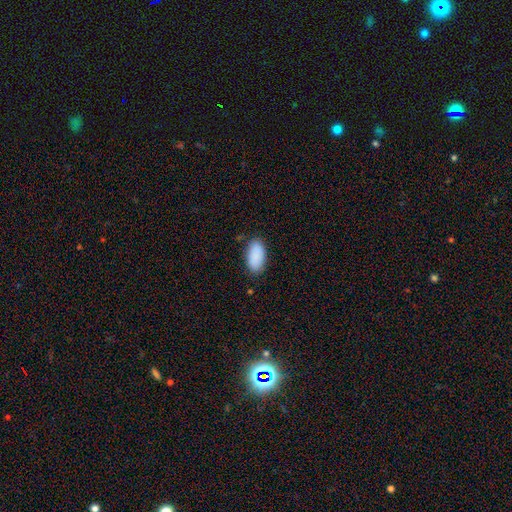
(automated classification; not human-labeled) The model was most divided on "merging": none: 85%, minor disturbance: 12%, major disturbance: 2%, merger: 1%. More confident: how rounded — in between (95%); smooth or featured — smooth (90%).